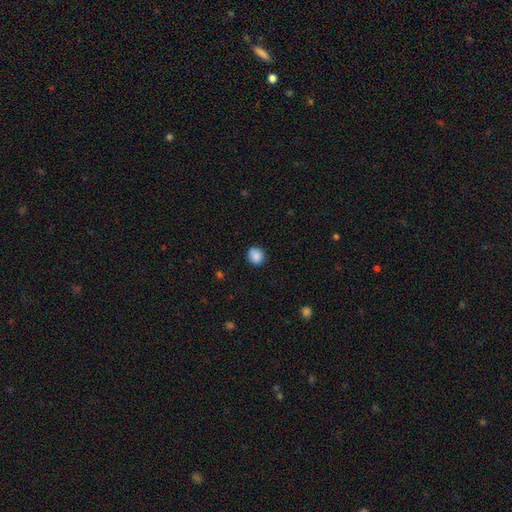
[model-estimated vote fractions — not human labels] Q: Smooth or featured?
A: smooth (88%); runner-up: star or artifact (9%)
Q: How rounded?
A: round (80%); runner-up: in between (19%)
Q: Merging?
A: none (85%); runner-up: minor disturbance (11%)